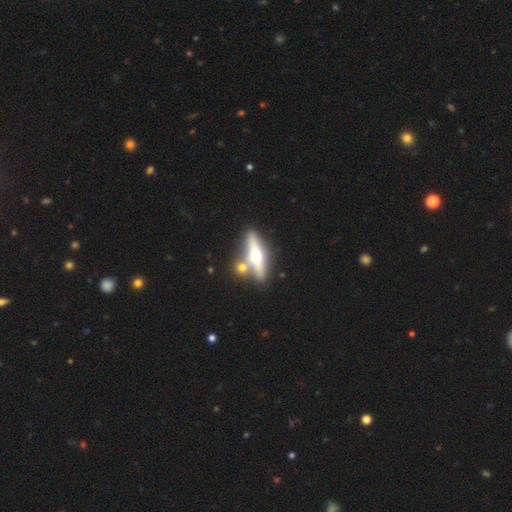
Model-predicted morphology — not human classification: Smooth or featured?
  - featured or disk: 61% *
  - smooth: 33%
  - star or artifact: 6%
Edge-on disk?
  - yes: 90% *
  - no: 10%
Edge-on bulge?
  - rounded: 95% *
  - none: 3%
  - boxy: 3%
Merging?
  - none: 67% *
  - merger: 20%
  - minor disturbance: 10%
  - major disturbance: 3%